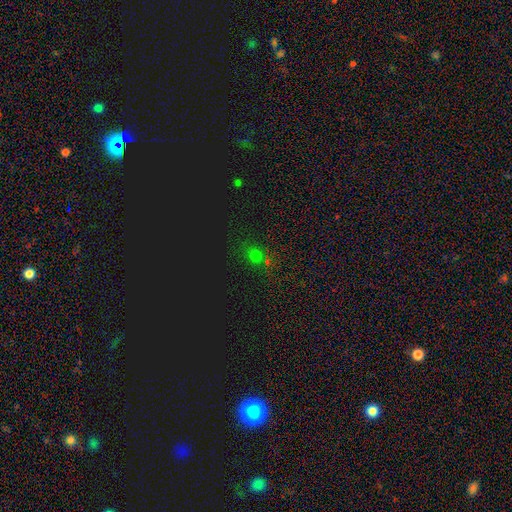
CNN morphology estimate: A smooth galaxy with no disk features (50%).

Vote fractions:
- Smooth or featured? smooth: 50% / star or artifact: 43% / featured or disk: 7%
- Merging? none: 70% / merger: 14% / minor disturbance: 11% / major disturbance: 5%